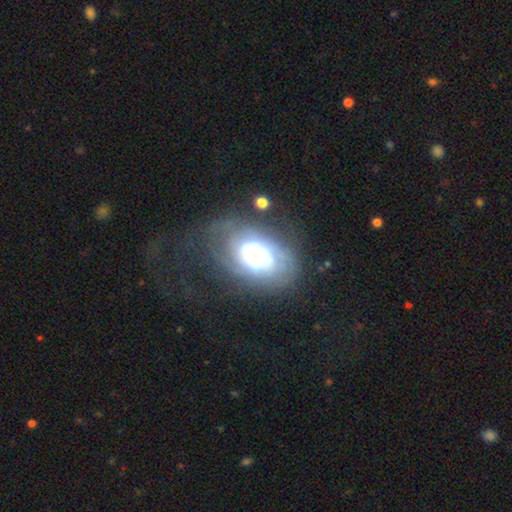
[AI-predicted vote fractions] Q: Smooth or featured?
A: featured or disk (65%); runner-up: smooth (26%)
Q: Edge-on disk?
A: no (95%); runner-up: yes (5%)
Q: Bar?
A: no (80%); runner-up: weak (16%)
Q: Spiral arms?
A: yes (73%); runner-up: no (27%)
Q: Bulge size?
A: moderate (50%); runner-up: large (33%)
Q: Merging?
A: none (56%); runner-up: minor disturbance (22%)